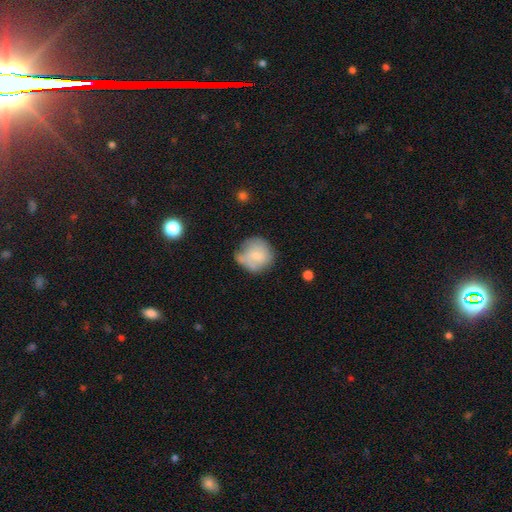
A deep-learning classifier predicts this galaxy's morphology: A smooth galaxy with no disk features (63%) that is round (88%). Merging: none (51%).